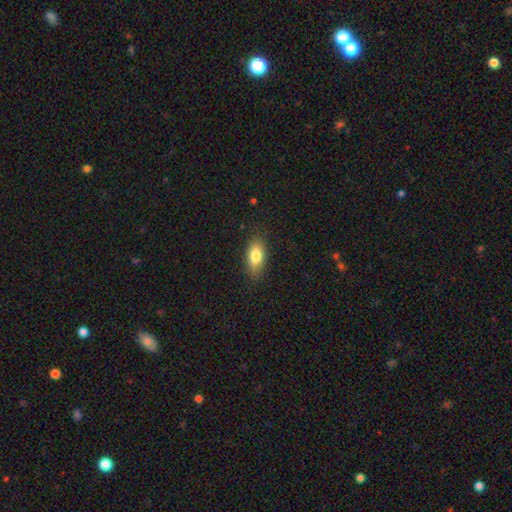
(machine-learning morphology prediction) This is clearly a smooth galaxy (81%). How rounded: clearly in between (85%). Merging: clearly none (84%).